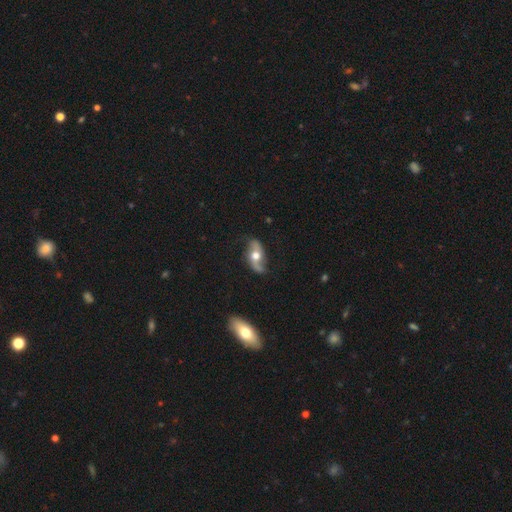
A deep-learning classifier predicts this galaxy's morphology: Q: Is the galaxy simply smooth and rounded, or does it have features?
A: featured or disk — 75%.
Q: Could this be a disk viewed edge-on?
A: no — 88%.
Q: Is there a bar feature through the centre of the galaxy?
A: no — 65%.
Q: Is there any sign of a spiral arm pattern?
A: yes — 88%.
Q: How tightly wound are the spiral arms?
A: loose — 80%.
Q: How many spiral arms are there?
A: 2 — 92%.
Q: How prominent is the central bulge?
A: moderate — 73%.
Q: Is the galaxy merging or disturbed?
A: none — 74%.